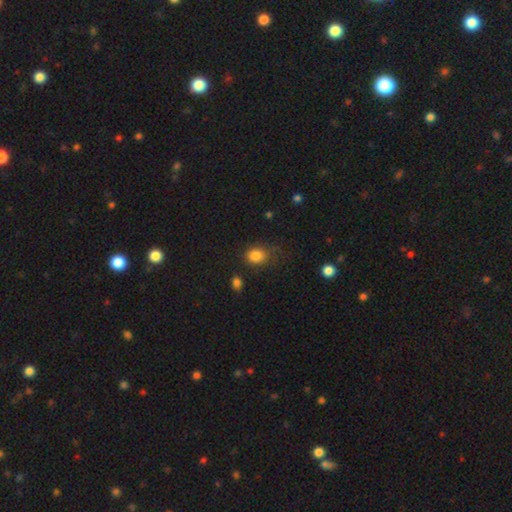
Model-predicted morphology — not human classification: Overall: smooth (84%). How rounded: in between (52%; round 47%). Merging: none (63%; minor disturbance 24%).